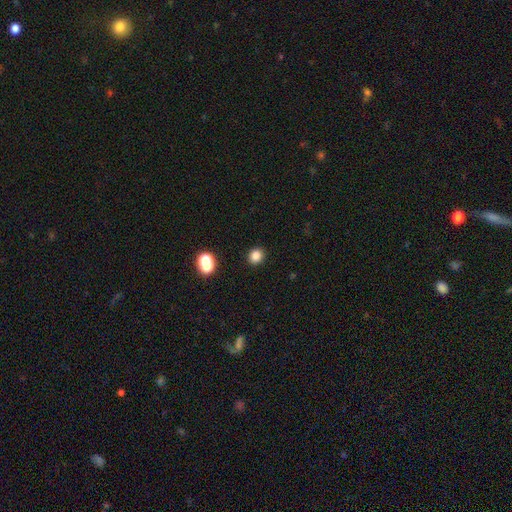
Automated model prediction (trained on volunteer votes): smooth-or-featured: smooth: 83% | star or artifact: 13% | featured or disk: 4%
  how-rounded: round: 74% | in between: 25% | cigar-shaped: 1%
  merging: none: 90% | minor disturbance: 6% | major disturbance: 2% | merger: 1%